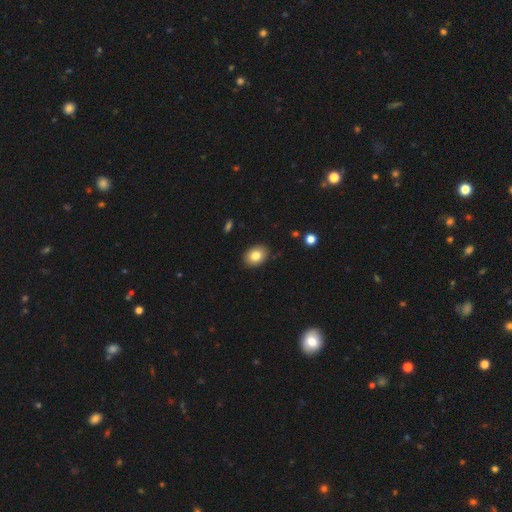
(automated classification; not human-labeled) smooth 82%, featured or disk 9%, star or artifact 9%. Down the decision tree: how rounded — in between (68%); merging — none (88%).